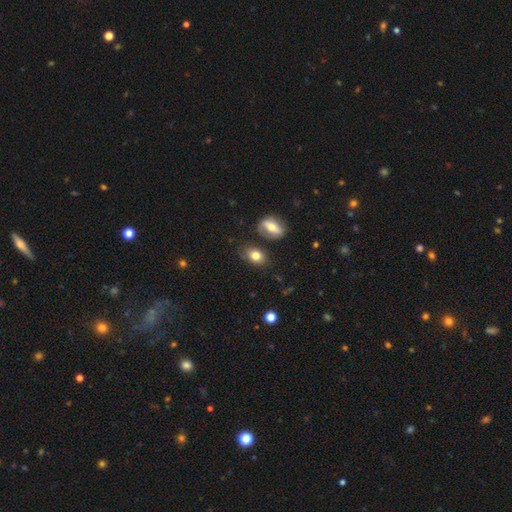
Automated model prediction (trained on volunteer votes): Q: Smooth or featured?
A: smooth (79%); runner-up: featured or disk (12%)
Q: How rounded?
A: in between (76%); runner-up: round (22%)
Q: Merging?
A: none (72%); runner-up: minor disturbance (16%)